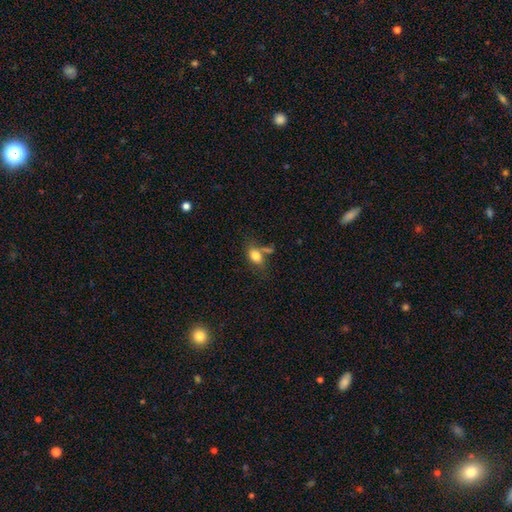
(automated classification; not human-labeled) Morphology: type=smooth (79%); roundness=in between (81%); merging=none (48%).